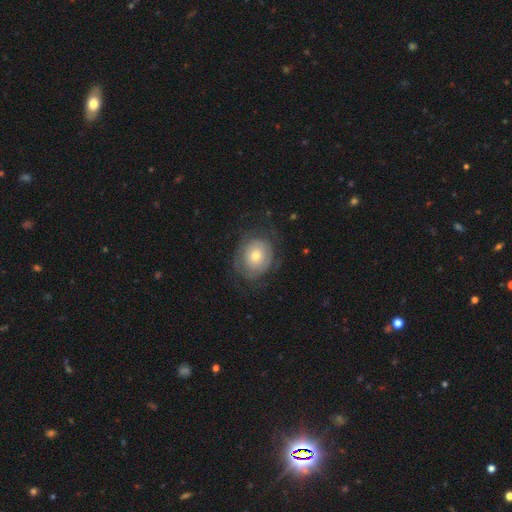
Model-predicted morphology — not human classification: Smooth or featured?
  - smooth: 47% *
  - featured or disk: 45%
  - star or artifact: 8%
Merging?
  - none: 69% *
  - minor disturbance: 18%
  - major disturbance: 12%
  - merger: 1%